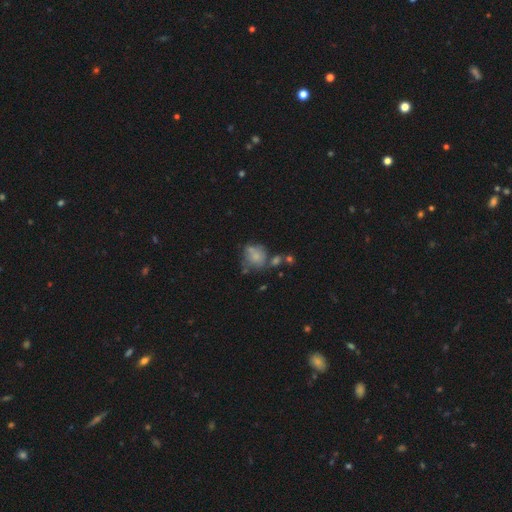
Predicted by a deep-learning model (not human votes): smooth-or-featured: smooth: 66% | featured or disk: 23% | star or artifact: 11%
  how-rounded: round: 67% | in between: 32% | cigar-shaped: 1%
  merging: none: 38% | minor disturbance: 24% | merger: 23% | major disturbance: 16%